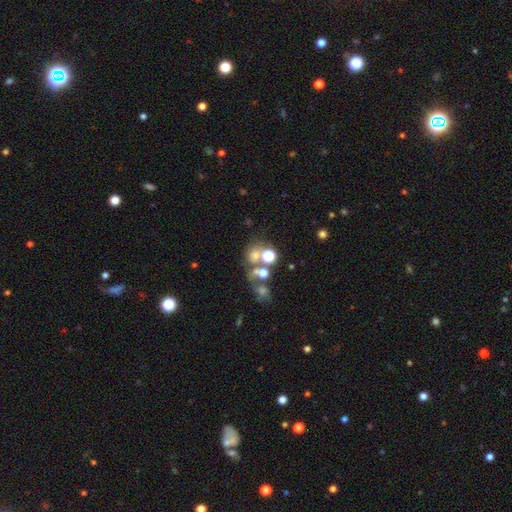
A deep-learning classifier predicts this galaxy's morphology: A smooth galaxy with no disk features (48%). Merging: merger (41%).